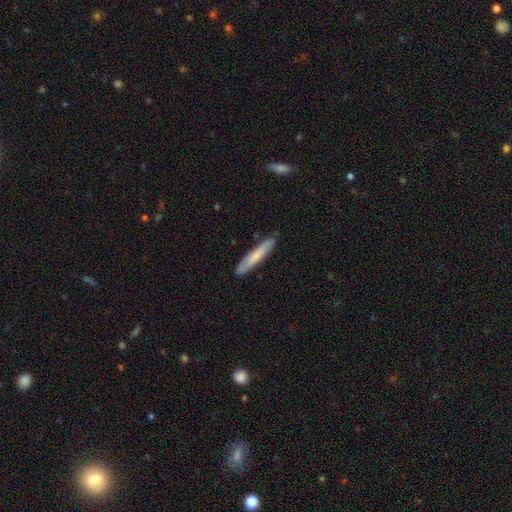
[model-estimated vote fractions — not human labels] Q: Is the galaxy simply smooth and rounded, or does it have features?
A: smooth — 67%.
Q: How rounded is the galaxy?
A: cigar-shaped — 92%.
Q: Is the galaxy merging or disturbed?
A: none — 85%.